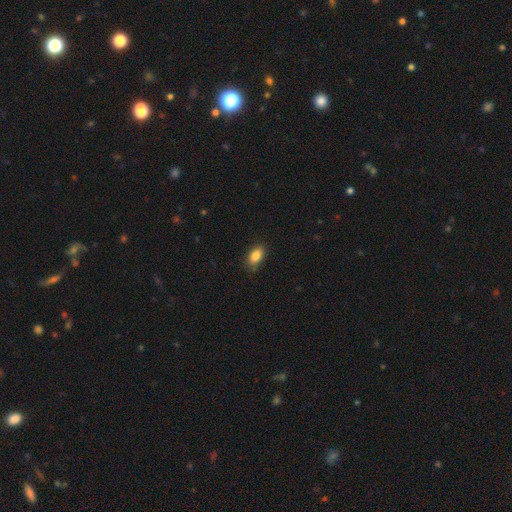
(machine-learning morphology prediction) smooth 85%, star or artifact 8%, featured or disk 7%. Down the decision tree: how rounded — in between (88%); merging — none (81%).